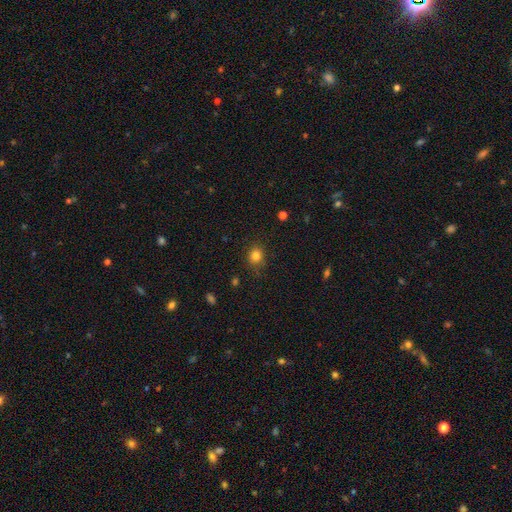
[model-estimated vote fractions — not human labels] Overall: smooth (83%). How rounded: round (71%). Merging: none (81%).